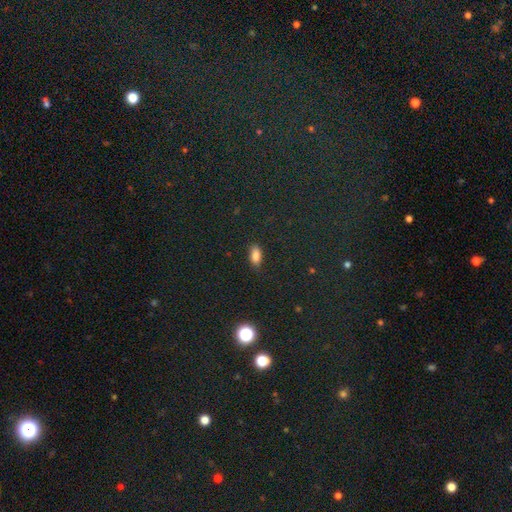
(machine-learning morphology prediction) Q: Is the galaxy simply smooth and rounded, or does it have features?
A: smooth — 83%.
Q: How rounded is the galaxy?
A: in between — 88%.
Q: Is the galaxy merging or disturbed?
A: none — 83%.